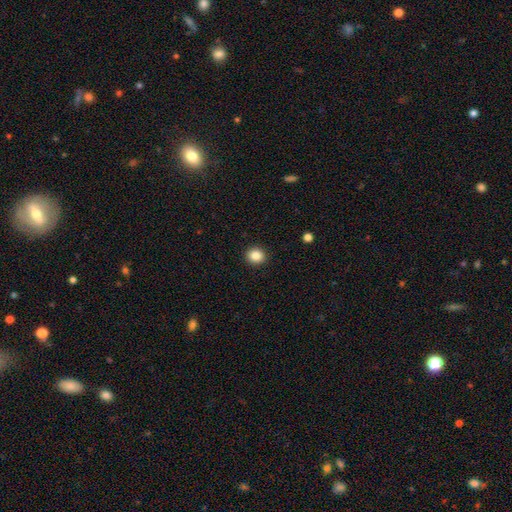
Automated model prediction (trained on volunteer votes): This appears to be a smooth galaxy with no disk features (86%) that is round (80%). Merging: none (92%).